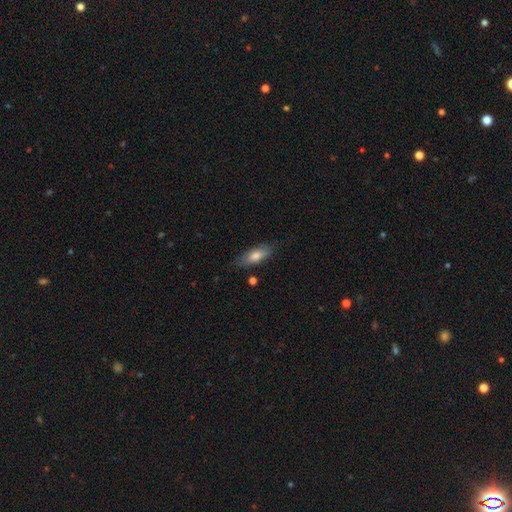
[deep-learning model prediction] This appears to be a smooth galaxy with no disk features (71%) that is in between round and cigar-shaped (69%). Merging: none (78%).